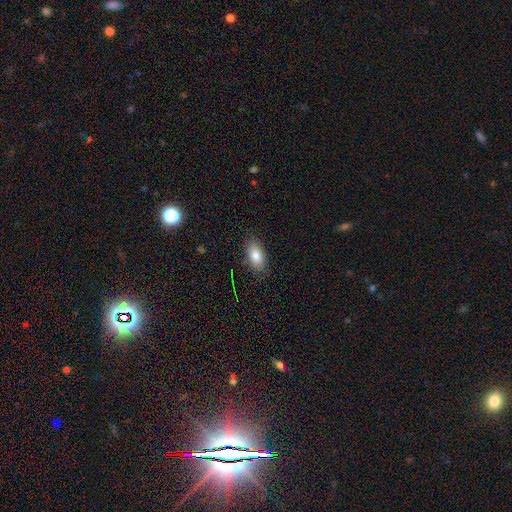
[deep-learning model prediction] smooth-or-featured: smooth: 82% | featured or disk: 10% | star or artifact: 8%
  how-rounded: in between: 89% | cigar-shaped: 6% | round: 5%
  merging: none: 85% | minor disturbance: 11% | major disturbance: 3% | merger: 1%